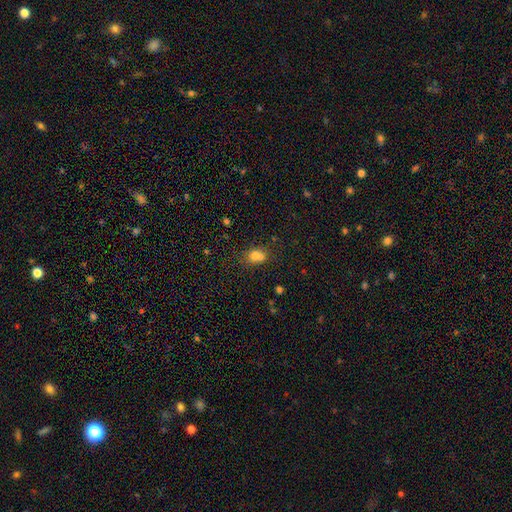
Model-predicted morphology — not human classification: The model was most divided on "merging": merger: 45%, none: 39%, minor disturbance: 12%, major disturbance: 5%. More confident: smooth or featured — smooth (72%); how rounded — round (61%).